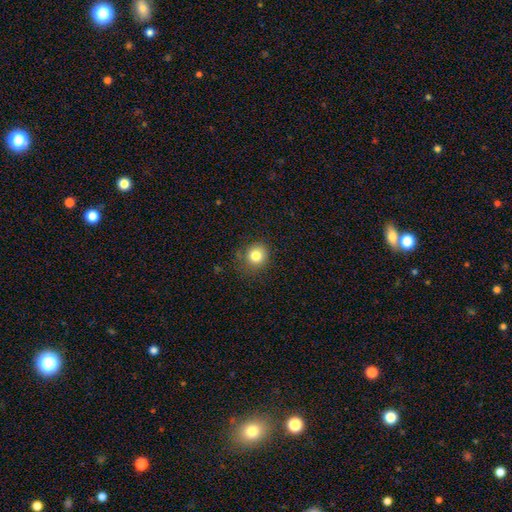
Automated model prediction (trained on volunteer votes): Smooth or featured? smooth (82%)
How rounded? round (87%)
Merging? none (78%)